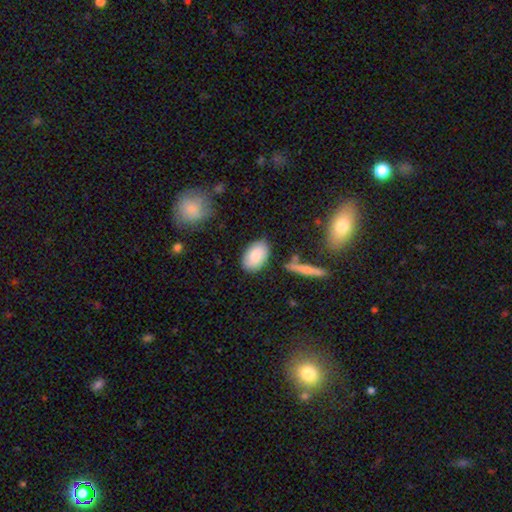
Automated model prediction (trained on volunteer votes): smooth 81%, featured or disk 12%, star or artifact 6%. Down the decision tree: how rounded — in between (91%); merging — none (81%).